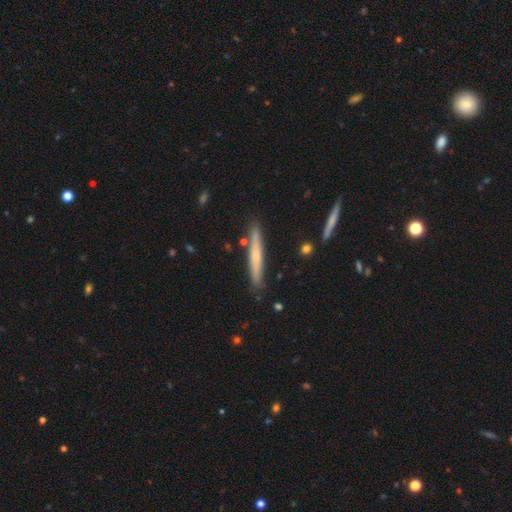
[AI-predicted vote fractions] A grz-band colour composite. It shows a smooth galaxy with no disk features (52%) that is cigar-shaped (95%). Merging: none (86%).